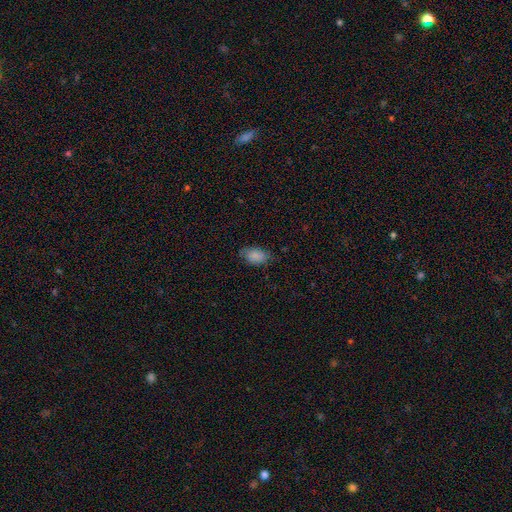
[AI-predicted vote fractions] A smooth galaxy with no disk features (86%) that is in between round and cigar-shaped (91%). Merging: none (73%).